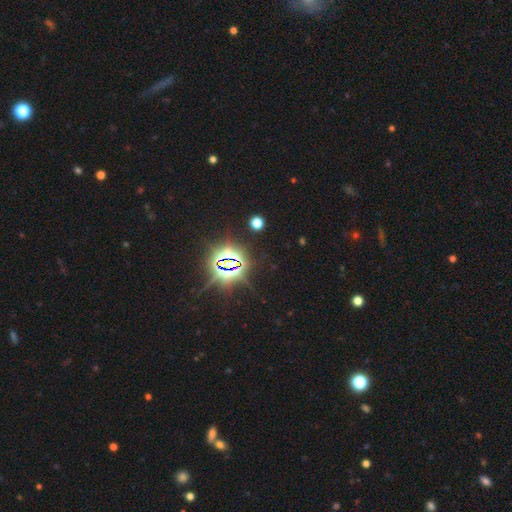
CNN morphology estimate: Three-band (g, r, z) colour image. It shows a star or artifact, not a galaxy (84%).